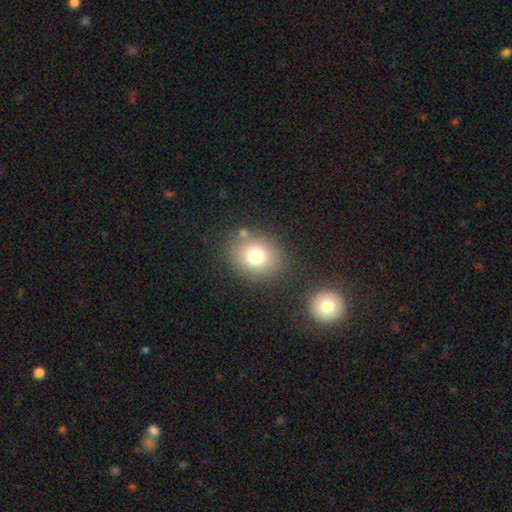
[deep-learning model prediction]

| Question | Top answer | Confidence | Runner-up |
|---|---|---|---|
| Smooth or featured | smooth | 77% | star or artifact (13%) |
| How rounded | round | 65% | in between (34%) |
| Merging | none | 79% | minor disturbance (11%) |